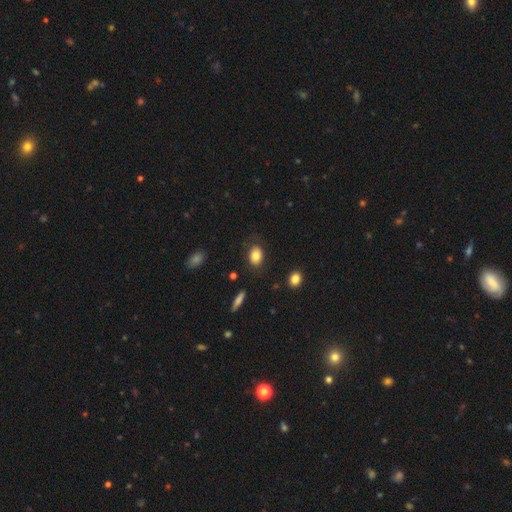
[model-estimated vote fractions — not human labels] Smooth or featured? smooth (82%)
How rounded? in between (72%)
Merging? none (79%)